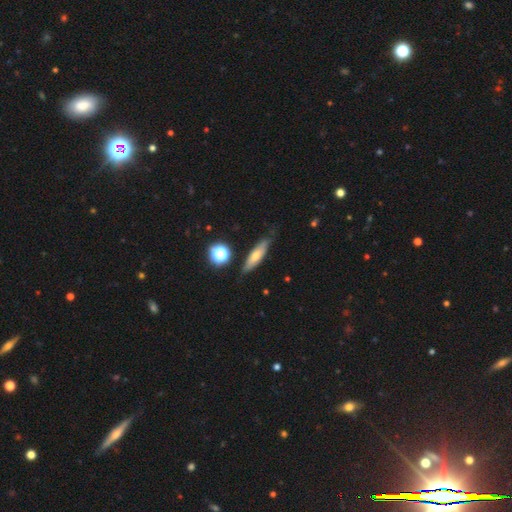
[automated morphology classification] type=smooth (56%); roundness=cigar-shaped (60%); merging=none (72%).